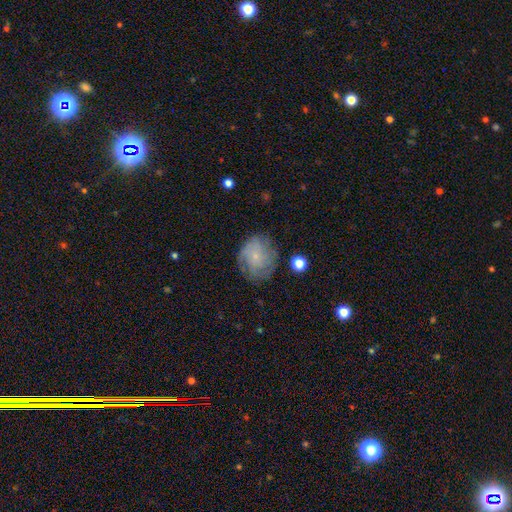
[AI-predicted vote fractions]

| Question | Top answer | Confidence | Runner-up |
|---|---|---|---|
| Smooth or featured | featured or disk | 48% | smooth (41%) |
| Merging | none | 69% | minor disturbance (20%) |